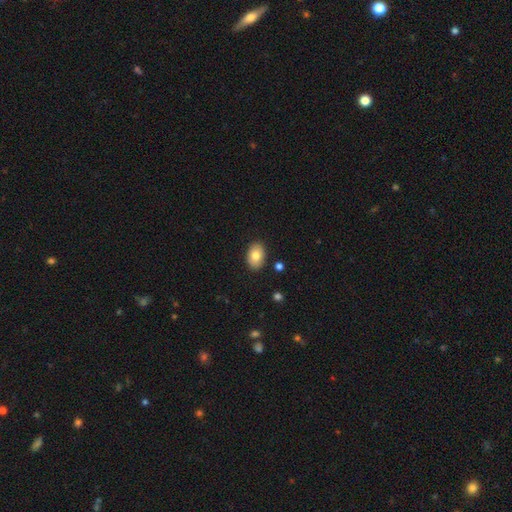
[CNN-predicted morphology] Smooth or featured?
  - smooth: 80% *
  - featured or disk: 12%
  - star or artifact: 8%
How rounded?
  - in between: 86% *
  - round: 13%
  - cigar-shaped: 1%
Merging?
  - none: 88% *
  - minor disturbance: 9%
  - major disturbance: 2%
  - merger: 2%